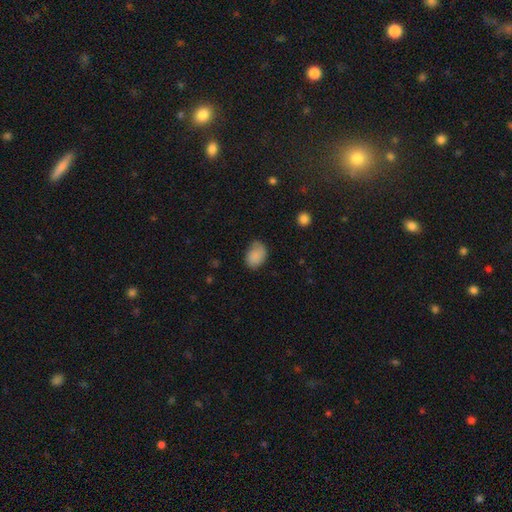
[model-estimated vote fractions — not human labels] This appears to be a smooth galaxy with no disk features (84%) that is in between round and cigar-shaped (77%). Merging: none (60%).